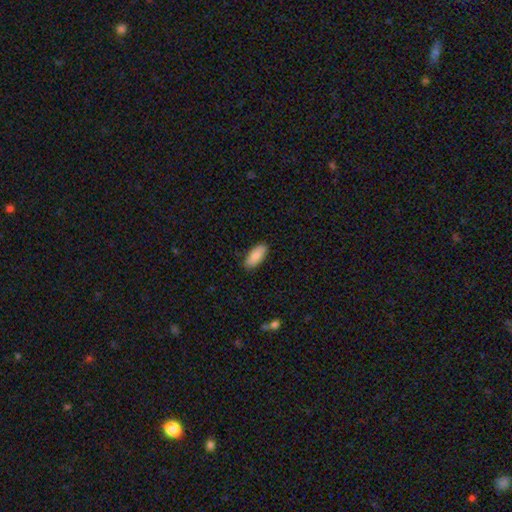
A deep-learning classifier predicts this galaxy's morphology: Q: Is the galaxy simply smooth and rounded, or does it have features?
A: smooth — 87%.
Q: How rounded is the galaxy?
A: in between — 89%.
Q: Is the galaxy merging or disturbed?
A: none — 87%.